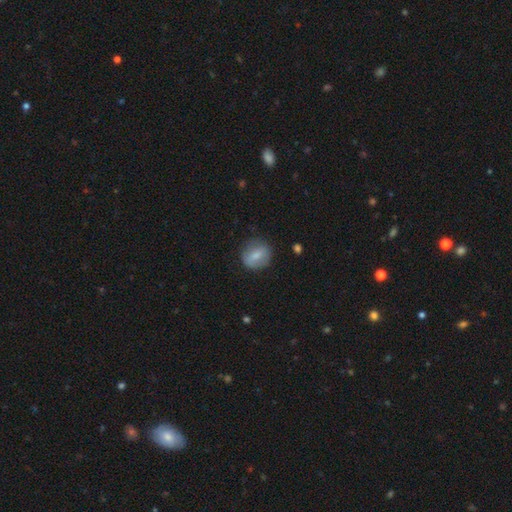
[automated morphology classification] A smooth galaxy with no disk features (68%) that is round (67%).

Vote fractions:
- Smooth or featured? smooth: 68% / featured or disk: 25% / star or artifact: 7%
- How rounded? round: 67% / in between: 31% / cigar-shaped: 2%
- Merging? none: 77% / minor disturbance: 16% / major disturbance: 5% / merger: 1%